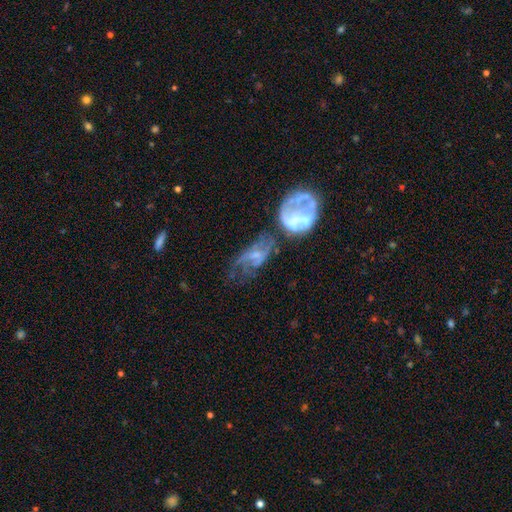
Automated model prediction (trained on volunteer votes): Overall: featured or disk (66%). Edge-on disk: no (95%). Bar: no (57%; weak 32%). Spiral arms: yes (63%; no 37%). Bulge size: small (39%; none 29%). Merging: major disturbance (32%; merger 31%).